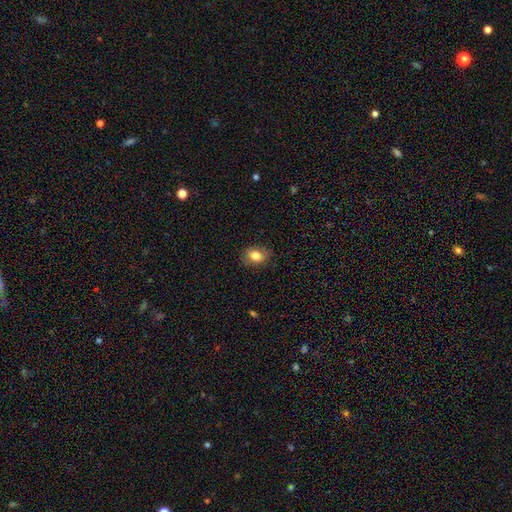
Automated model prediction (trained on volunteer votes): Morphology: type=smooth (81%); roundness=in between (61%); merging=none (82%).